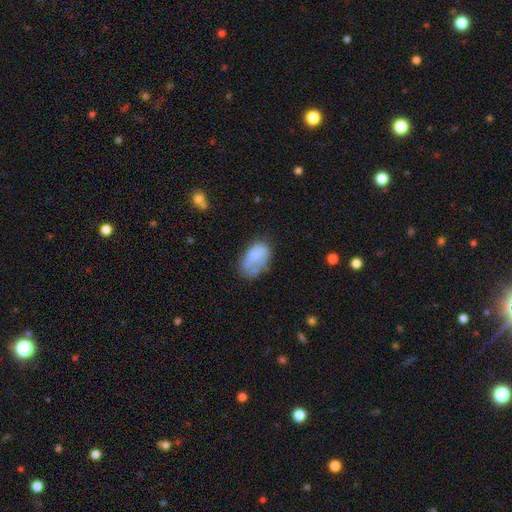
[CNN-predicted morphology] type=smooth (70%); roundness=in between (91%); merging=none (44%).